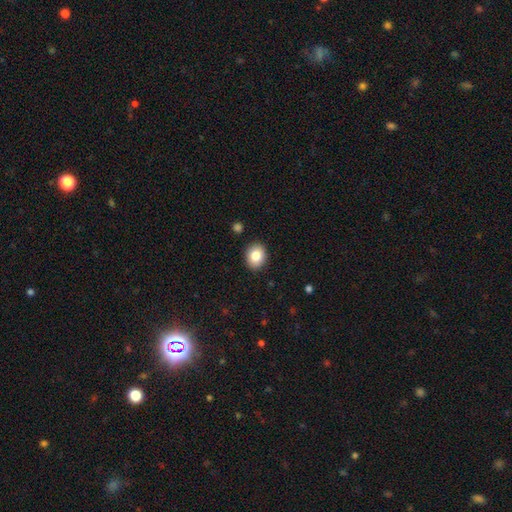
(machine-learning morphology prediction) The model was most divided on "how rounded": round: 52%, in between: 47%, cigar-shaped: 1%. More confident: merging — none (90%); smooth or featured — smooth (84%).